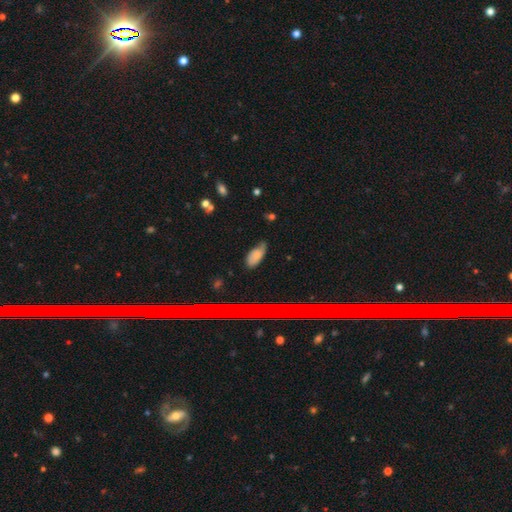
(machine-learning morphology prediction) This is likely a smooth galaxy (69%). How rounded: clearly in between (87%). Merging: likely none (62%).